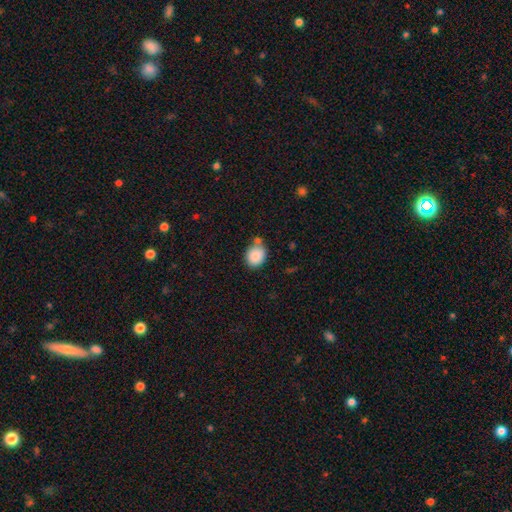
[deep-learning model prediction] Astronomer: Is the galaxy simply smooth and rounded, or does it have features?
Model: smooth — 87%.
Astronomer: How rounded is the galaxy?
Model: round — 66%.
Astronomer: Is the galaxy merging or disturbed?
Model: none — 62%.